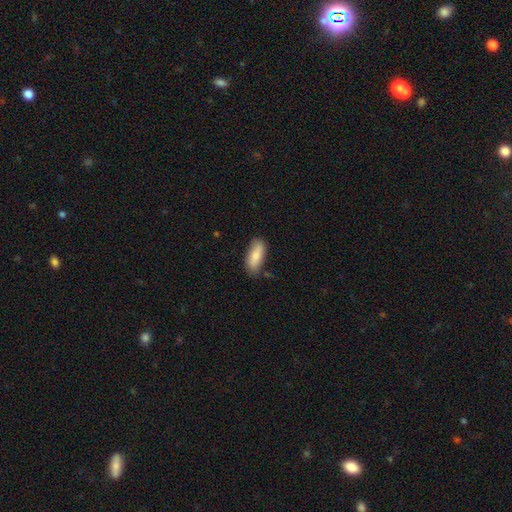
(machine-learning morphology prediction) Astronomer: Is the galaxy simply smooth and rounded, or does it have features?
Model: smooth — 81%.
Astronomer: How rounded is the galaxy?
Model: in between — 74%.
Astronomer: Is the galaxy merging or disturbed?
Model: none — 75%.